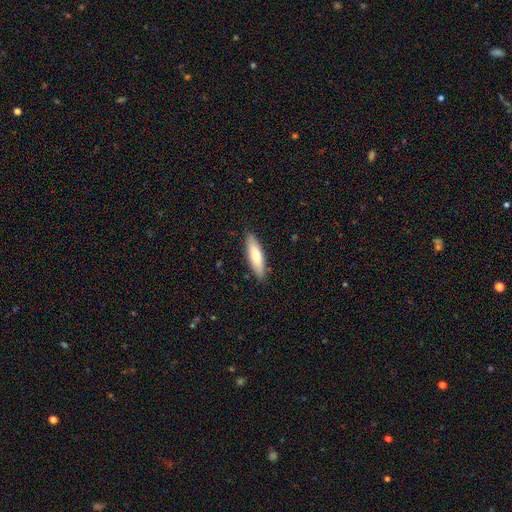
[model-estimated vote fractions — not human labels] Morphology: type=smooth (71%); roundness=cigar-shaped (59%); merging=none (87%).